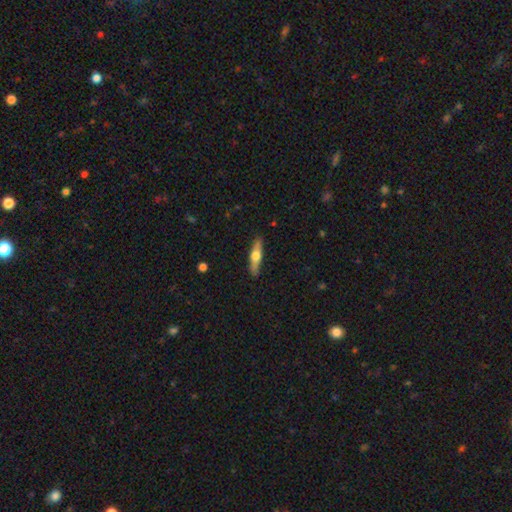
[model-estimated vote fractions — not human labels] Morphology: type=featured or disk (50%); merging=none (88%).